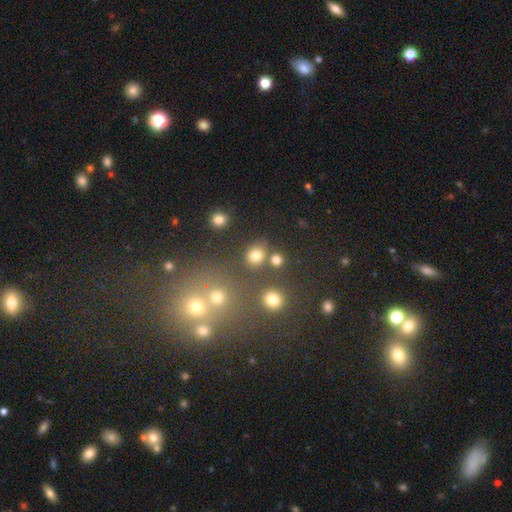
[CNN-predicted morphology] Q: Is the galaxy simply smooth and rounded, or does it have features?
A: smooth — 77%.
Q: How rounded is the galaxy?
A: round — 76%.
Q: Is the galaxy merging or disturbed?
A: none — 74%.